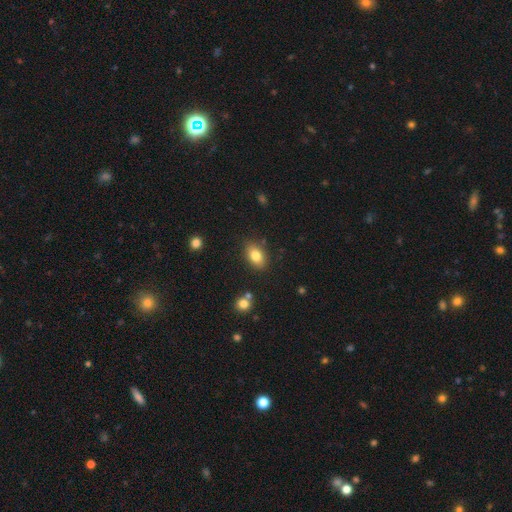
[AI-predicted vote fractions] smooth_or_featured: smooth (p=0.81) [alt: featured or disk p=0.11]
how_rounded: in between (p=0.86) [alt: round p=0.12]
merging: none (p=0.83) [alt: minor disturbance p=0.11]